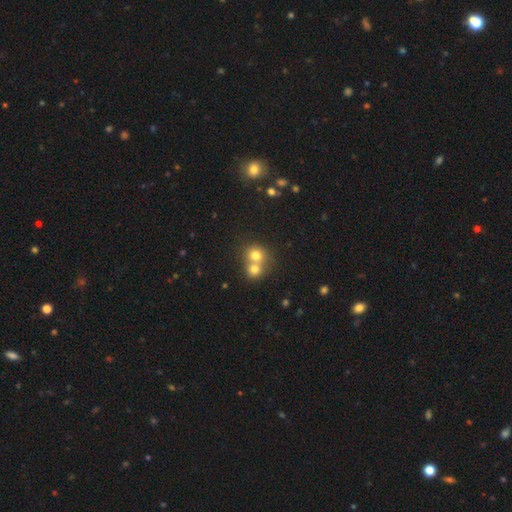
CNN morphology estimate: A smooth galaxy with no disk features (74%) that is round (82%). Merging: merger (62%).